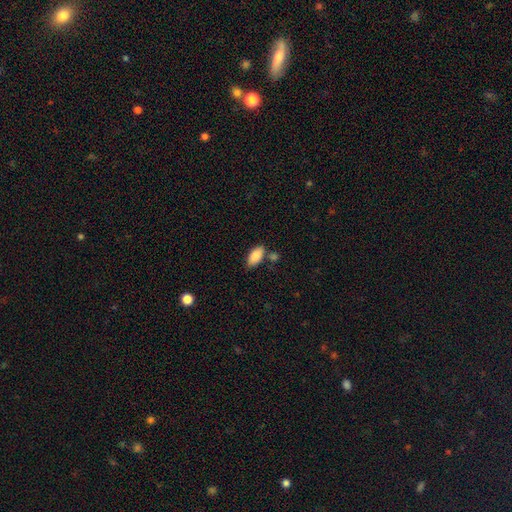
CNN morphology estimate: type=smooth (86%); roundness=in between (92%); merging=none (76%).